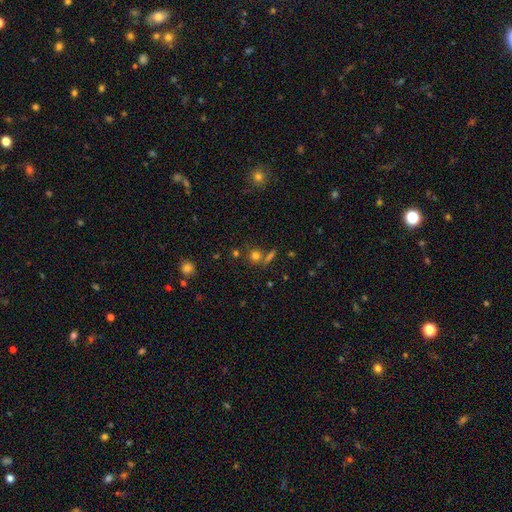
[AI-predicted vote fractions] Morphology: type=smooth (72%); roundness=round (87%); merging=none (68%).